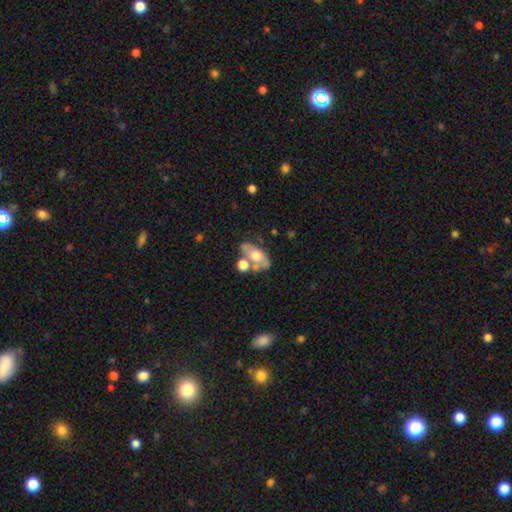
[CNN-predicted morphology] A smooth galaxy with no disk features (47%). Merging: none (44%).